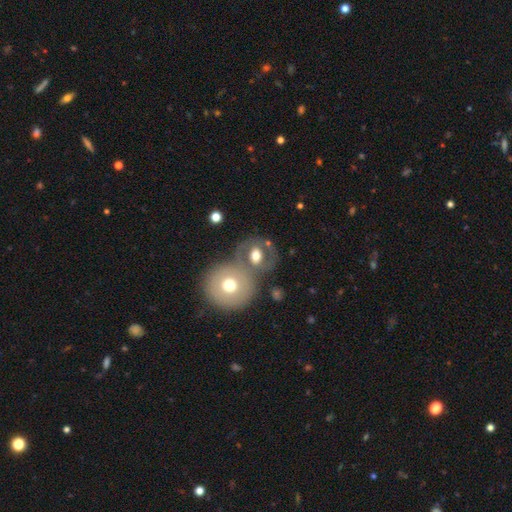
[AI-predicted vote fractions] Smooth or featured? Predicted: smooth (p=0.52). How rounded? Predicted: round (p=0.65). Merging? Predicted: none (p=0.47).